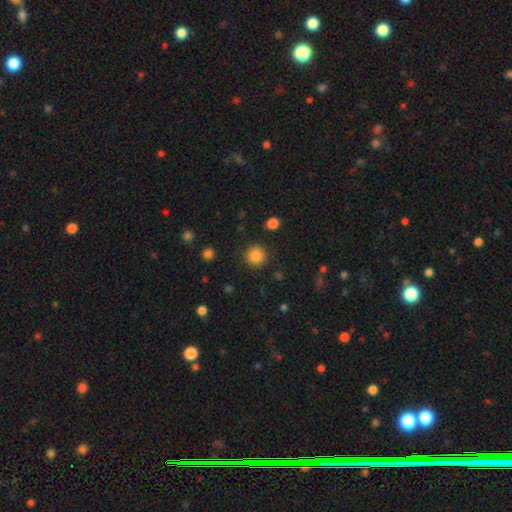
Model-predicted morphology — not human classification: Smooth or featured? smooth (86%)
How rounded? round (94%)
Merging? none (90%)